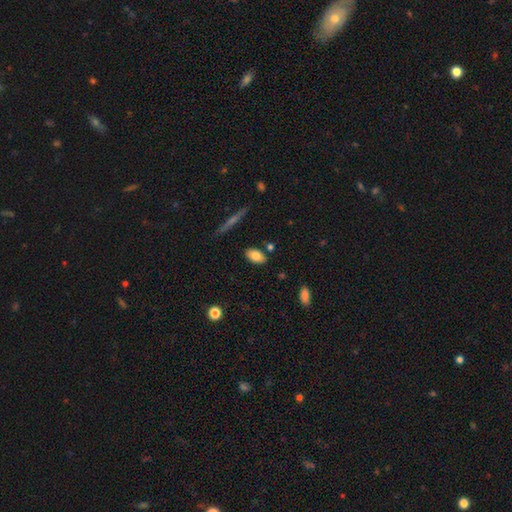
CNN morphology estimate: smooth_or_featured: smooth (p=0.80) [alt: featured or disk p=0.13]
how_rounded: in between (p=0.92) [alt: round p=0.04]
merging: none (p=0.82) [alt: minor disturbance p=0.11]